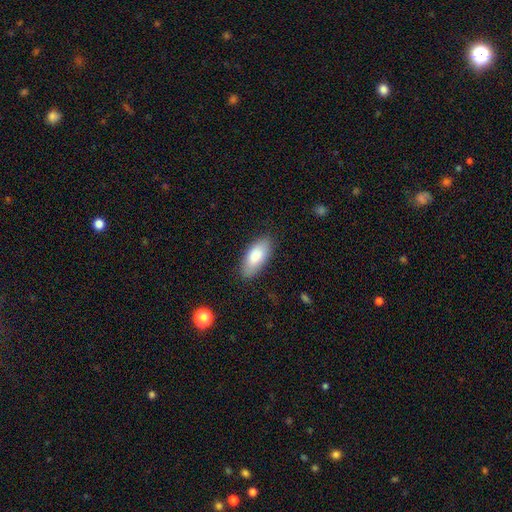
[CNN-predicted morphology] The model was most divided on "merging": none: 84%, minor disturbance: 12%, major disturbance: 3%, merger: 1%. More confident: how rounded — in between (87%); smooth or featured — smooth (84%).